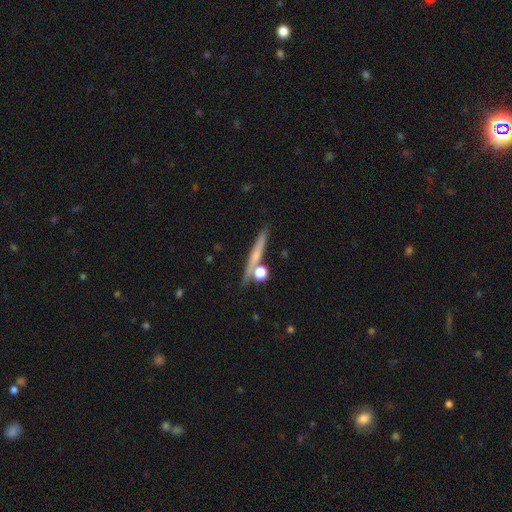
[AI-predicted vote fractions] A smooth galaxy with no disk features (46%).

Vote fractions:
- Smooth or featured? smooth: 46% / featured or disk: 44% / star or artifact: 10%
- Merging? none: 75% / merger: 11% / minor disturbance: 11% / major disturbance: 4%